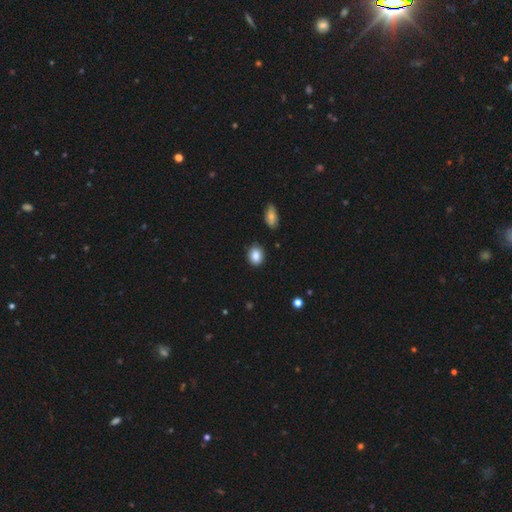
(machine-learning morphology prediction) This is clearly a smooth galaxy (86%). How rounded: possibly in between (59%). Merging: clearly none (82%).